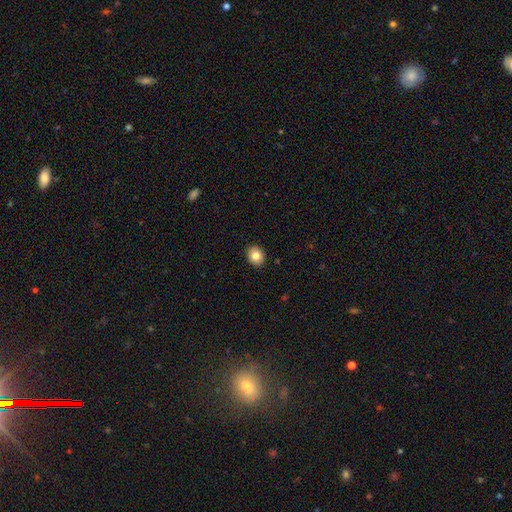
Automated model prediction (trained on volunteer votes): Morphology: type=smooth (82%); roundness=round (59%); merging=none (91%).